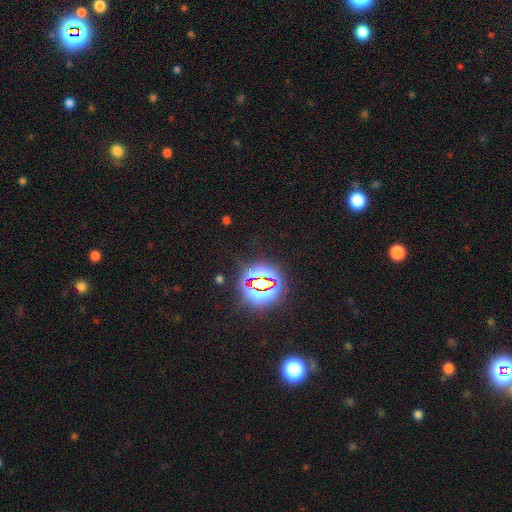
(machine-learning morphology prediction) Smooth or featured: star or artifact — 80% (smooth — 13%)